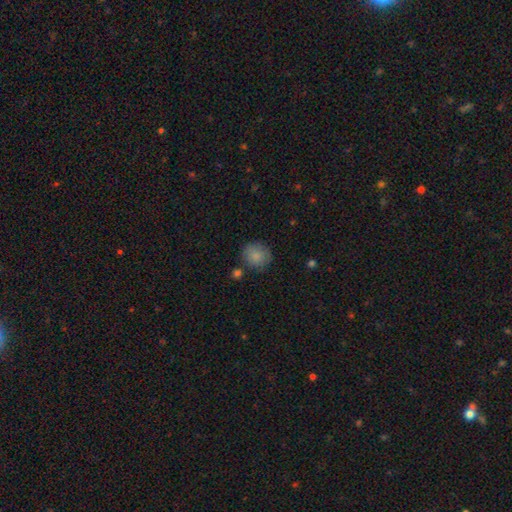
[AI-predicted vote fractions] smooth_or_featured: smooth (p=0.85) [alt: star or artifact p=0.08]
how_rounded: round (p=0.77) [alt: in between p=0.22]
merging: none (p=0.76) [alt: minor disturbance p=0.15]